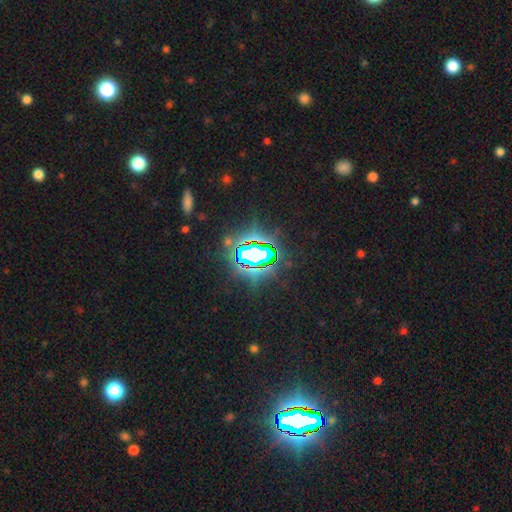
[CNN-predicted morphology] Overall: star or artifact (84%).